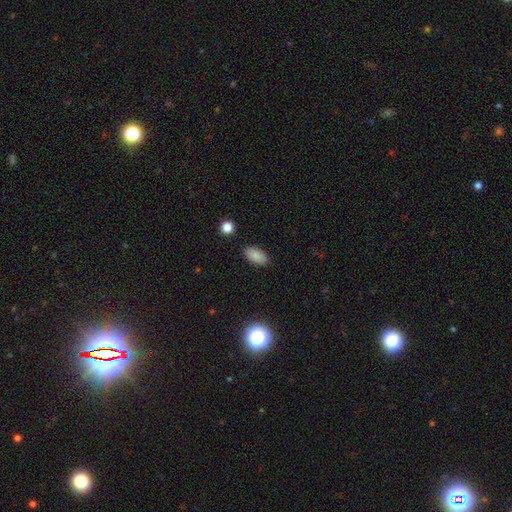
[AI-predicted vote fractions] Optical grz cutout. It shows a smooth galaxy with no disk features (86%) that is in between round and cigar-shaped (92%). Merging: none (88%).